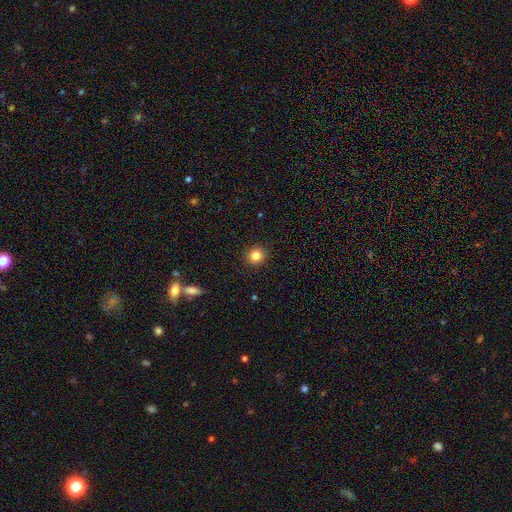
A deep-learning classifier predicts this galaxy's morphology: smooth_or_featured: smooth (p=0.84) [alt: star or artifact p=0.11]
how_rounded: round (p=0.89) [alt: in between p=0.10]
merging: none (p=0.91) [alt: minor disturbance p=0.06]